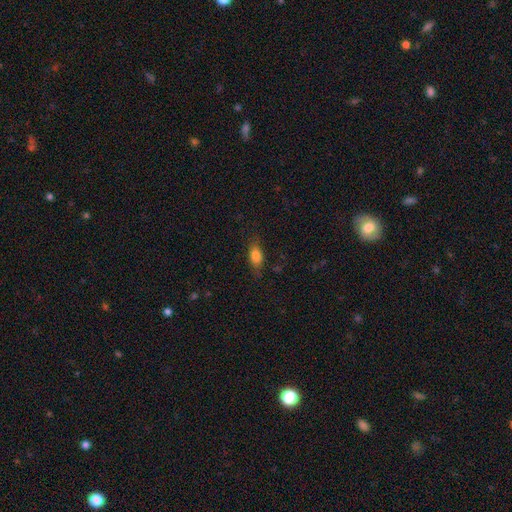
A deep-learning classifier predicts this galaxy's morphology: This appears to be a smooth galaxy with no disk features (79%) that is in between round and cigar-shaped (81%). Merging: none (75%).